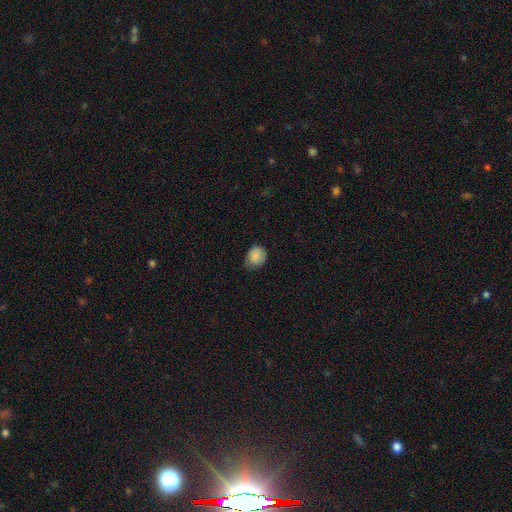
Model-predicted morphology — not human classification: The model was most divided on "how rounded": round: 63%, in between: 36%, cigar-shaped: 1%. More confident: smooth or featured — smooth (87%); merging — none (64%).